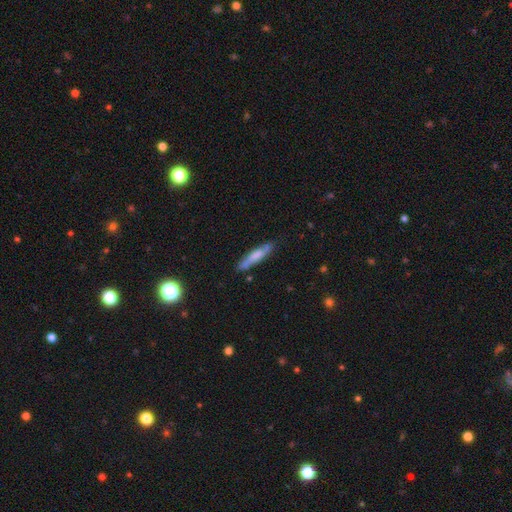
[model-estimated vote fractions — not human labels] The model was most divided on "smooth or featured": smooth: 58%, featured or disk: 35%, star or artifact: 7%. More confident: how rounded — cigar-shaped (86%); merging — none (73%).